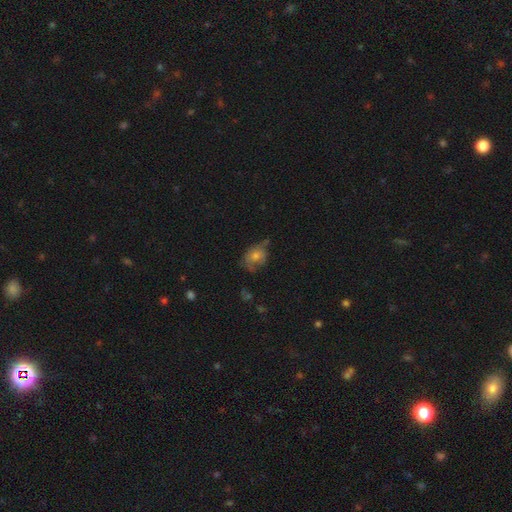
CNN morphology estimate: smooth_or_featured: smooth (p=0.62) [alt: featured or disk p=0.26]
how_rounded: in between (p=0.57) [alt: round p=0.41]
merging: none (p=0.43) [alt: minor disturbance p=0.34]